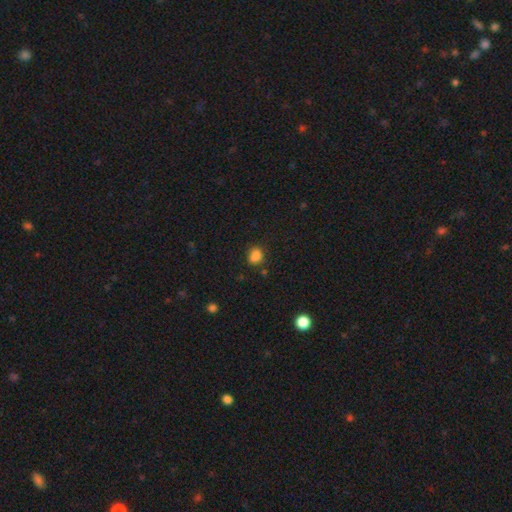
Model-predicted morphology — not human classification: A smooth galaxy with no disk features (83%) that is round (62%). Merging: none (72%).